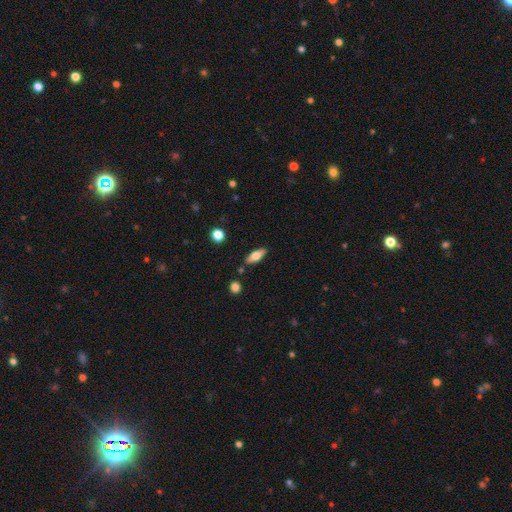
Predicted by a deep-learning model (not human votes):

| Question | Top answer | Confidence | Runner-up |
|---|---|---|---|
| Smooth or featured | smooth | 62% | featured or disk (31%) |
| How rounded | in between | 64% | cigar-shaped (33%) |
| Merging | none | 84% | minor disturbance (11%) |